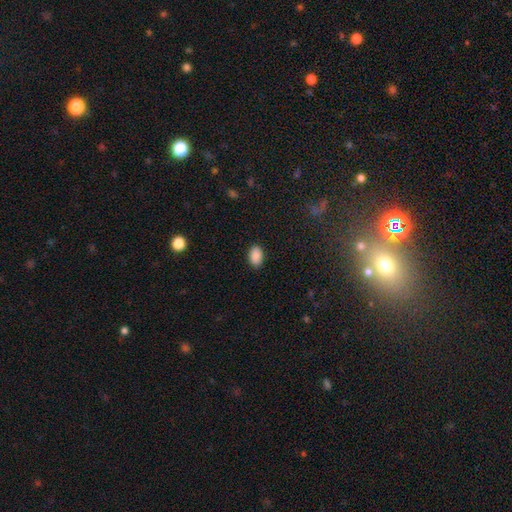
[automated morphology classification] This is clearly a smooth galaxy (89%). How rounded: clearly in between (89%). Merging: clearly none (89%).